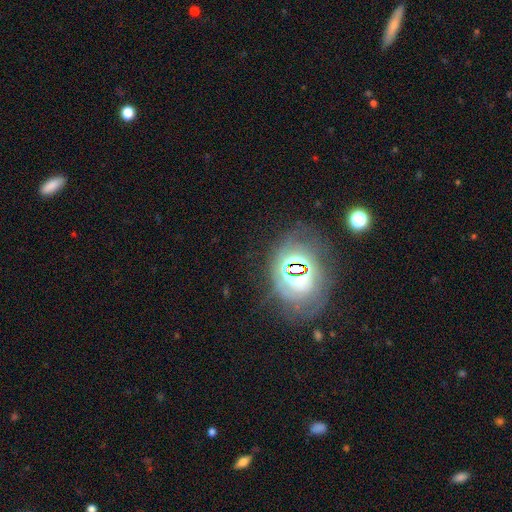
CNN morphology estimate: This appears to be a star or artifact, not a galaxy (60%).